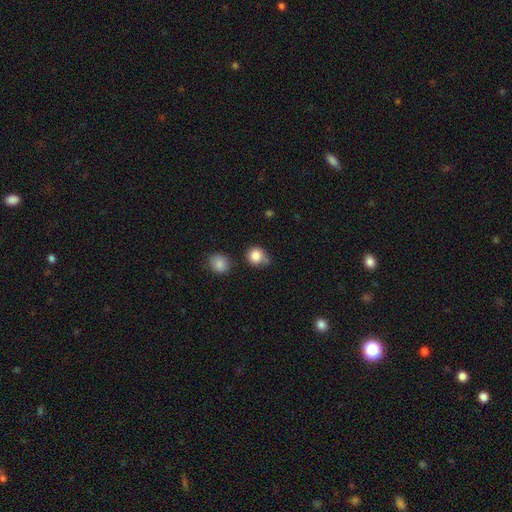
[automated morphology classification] Overall: smooth (85%). How rounded: round (83%). Merging: none (57%; minor disturbance 27%).